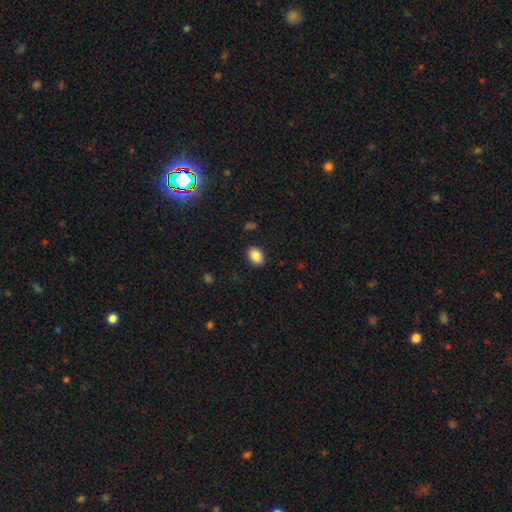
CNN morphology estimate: Overall: smooth (87%). How rounded: in between (79%). Merging: none (88%).